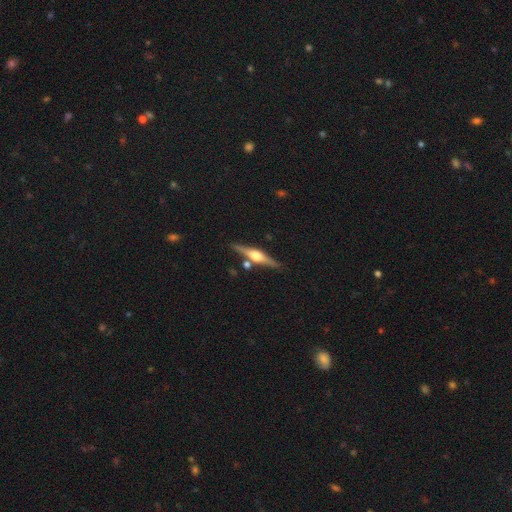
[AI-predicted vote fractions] Smooth or featured: featured or disk — 77% (smooth — 17%)
Edge-on disk: yes — 98% (no — 2%)
Edge-on bulge: rounded — 94% (boxy — 4%)
Merging: none — 83% (minor disturbance — 9%)